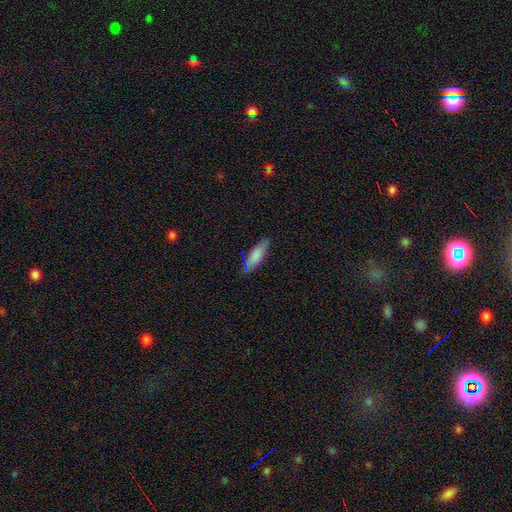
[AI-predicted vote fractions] smooth_or_featured: smooth (p=0.80) [alt: featured or disk p=0.14]
how_rounded: in between (p=0.60) [alt: cigar-shaped p=0.38]
merging: none (p=0.80) [alt: minor disturbance p=0.16]